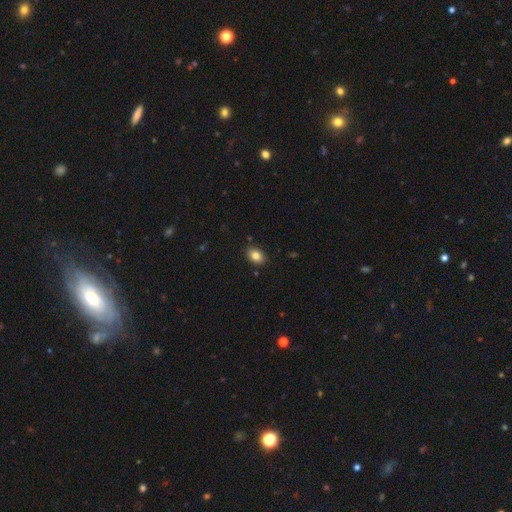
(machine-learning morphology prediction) smooth_or_featured: smooth (p=0.83) [alt: star or artifact p=0.09]
how_rounded: in between (p=0.72) [alt: round p=0.27]
merging: none (p=0.87) [alt: minor disturbance p=0.09]